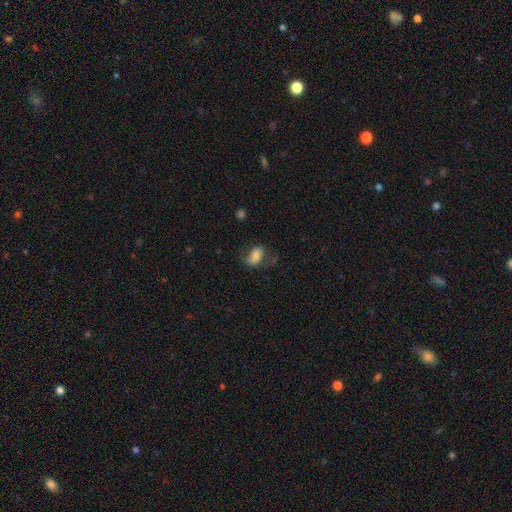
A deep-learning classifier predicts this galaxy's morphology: type=smooth (58%); roundness=in between (86%); merging=none (54%).